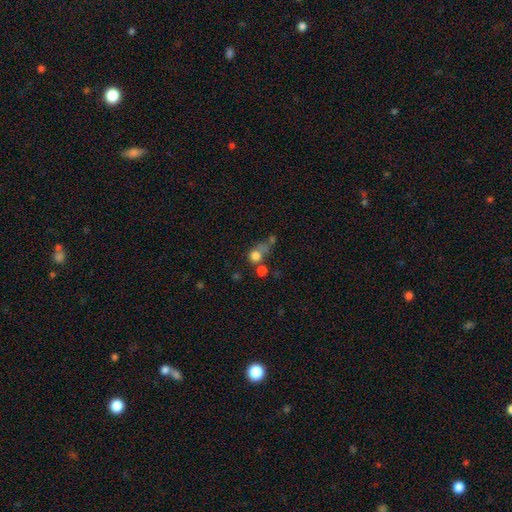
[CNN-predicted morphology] A smooth galaxy with no disk features (71%) that is round (80%).

Vote fractions:
- Smooth or featured? smooth: 71% / star or artifact: 15% / featured or disk: 14%
- How rounded? round: 80% / in between: 19% / cigar-shaped: 2%
- Merging? merger: 37% / none: 36% / major disturbance: 15% / minor disturbance: 12%